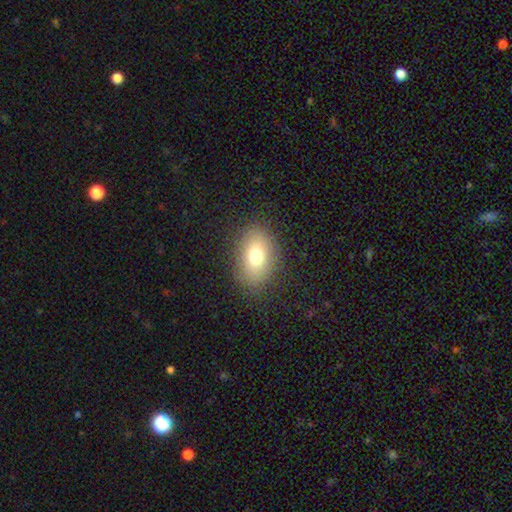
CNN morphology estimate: Overall: smooth (75%). How rounded: in between (81%). Merging: none (84%).